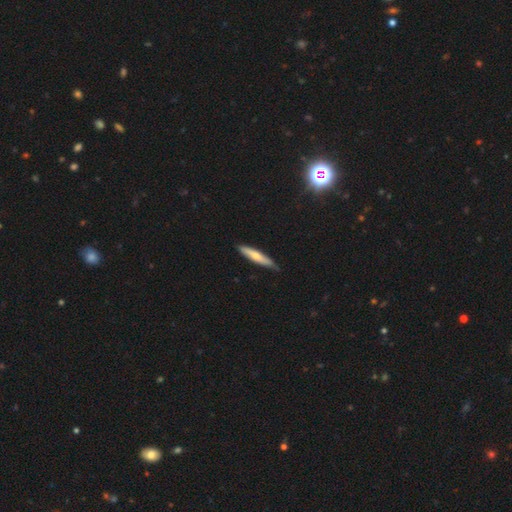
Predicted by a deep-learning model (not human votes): Q: Smooth or featured?
A: smooth (58%); runner-up: featured or disk (37%)
Q: How rounded?
A: cigar-shaped (87%); runner-up: in between (11%)
Q: Merging?
A: none (79%); runner-up: minor disturbance (18%)